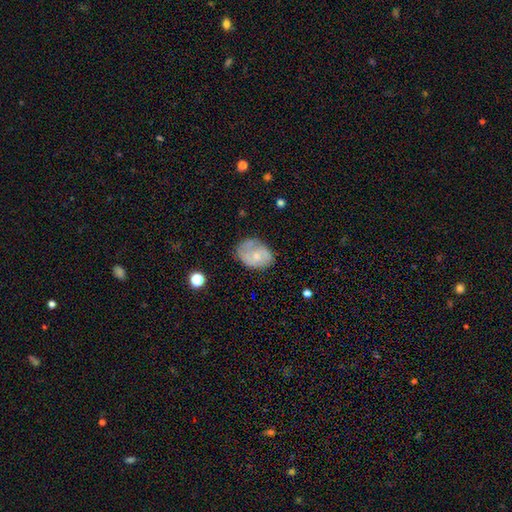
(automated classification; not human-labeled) Morphology: type=featured or disk (55%); edge-on=no (97%); bar=no (74%); spiral arms=yes (75%); bulge=small (63%); merging=none (54%).